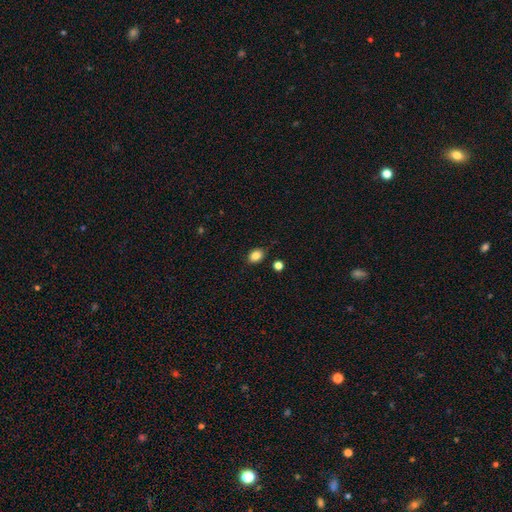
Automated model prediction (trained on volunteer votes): Morphology: type=smooth (85%); roundness=in between (68%); merging=none (84%).